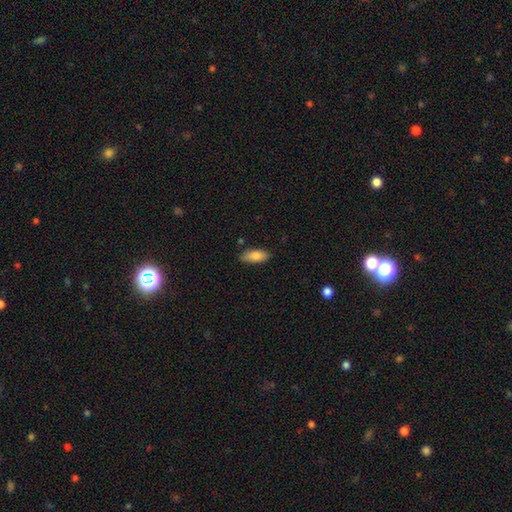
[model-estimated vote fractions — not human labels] This appears to be a smooth galaxy with no disk features (84%) that is in between round and cigar-shaped (85%). Merging: none (82%).